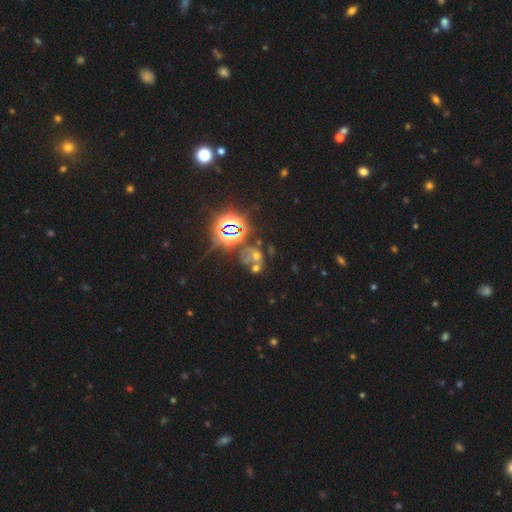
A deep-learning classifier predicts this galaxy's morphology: Q: Smooth or featured?
A: star or artifact (58%); runner-up: smooth (23%)